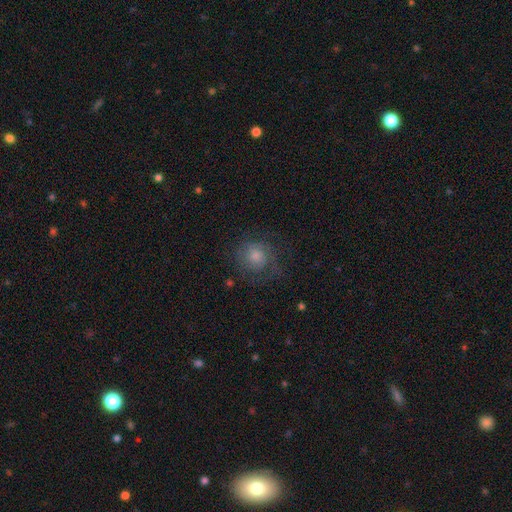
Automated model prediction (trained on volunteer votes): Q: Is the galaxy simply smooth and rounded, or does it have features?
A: featured or disk — 49%.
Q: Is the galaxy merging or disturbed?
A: none — 68%.